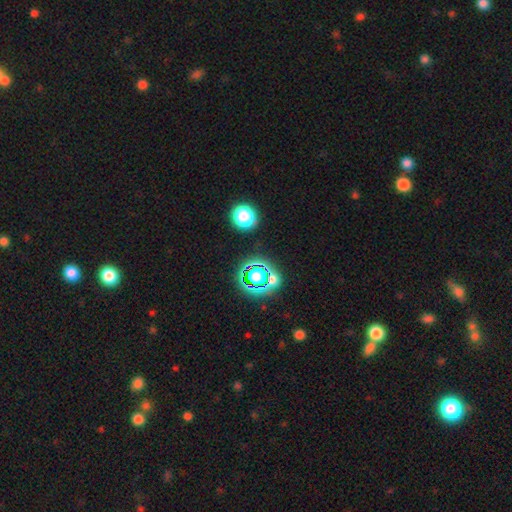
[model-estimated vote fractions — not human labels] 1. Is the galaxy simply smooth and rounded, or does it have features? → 73% star or artifact, 19% smooth, 8% featured or disk.